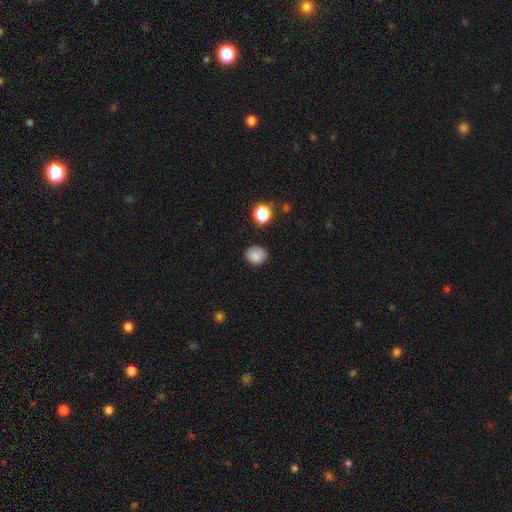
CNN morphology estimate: Q: Smooth or featured?
A: smooth (80%); runner-up: star or artifact (11%)
Q: How rounded?
A: round (77%); runner-up: in between (22%)
Q: Merging?
A: none (75%); runner-up: minor disturbance (18%)